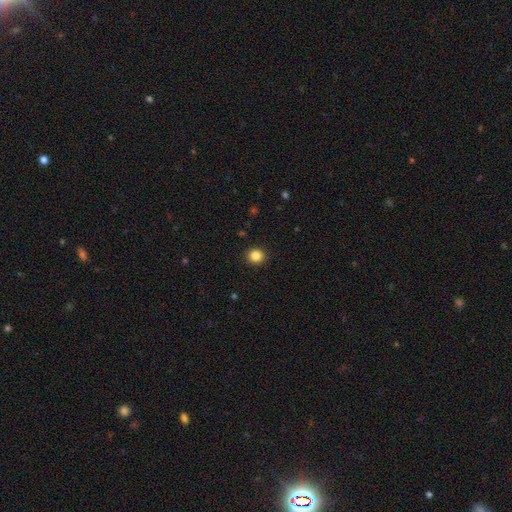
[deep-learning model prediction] smooth_or_featured: smooth (p=0.86) [alt: star or artifact p=0.11]
how_rounded: round (p=0.90) [alt: in between p=0.09]
merging: none (p=0.92) [alt: minor disturbance p=0.05]